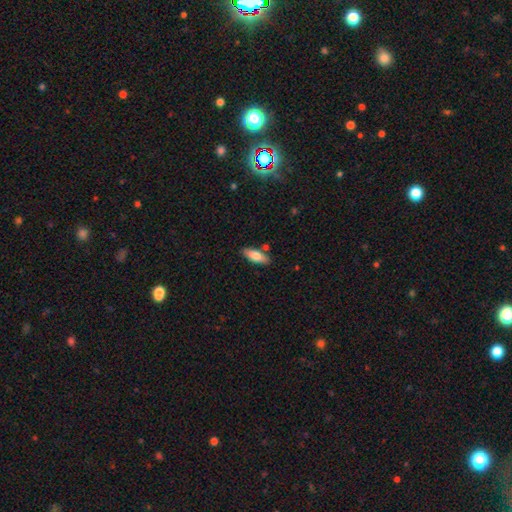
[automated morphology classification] This appears to be a smooth galaxy with no disk features (75%) that is in between round and cigar-shaped (69%). Merging: none (82%).